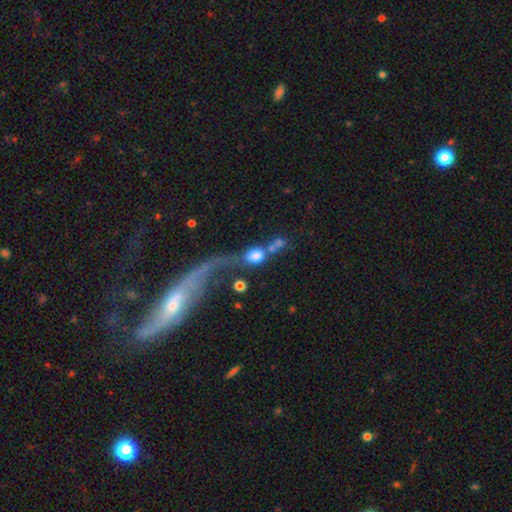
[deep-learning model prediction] A smooth galaxy with no disk features (66%) that is in between round and cigar-shaped (54%).

Vote fractions:
- Smooth or featured? smooth: 66% / featured or disk: 21% / star or artifact: 12%
- How rounded? in between: 54% / round: 38% / cigar-shaped: 8%
- Merging? merger: 42% / major disturbance: 26% / none: 21% / minor disturbance: 10%